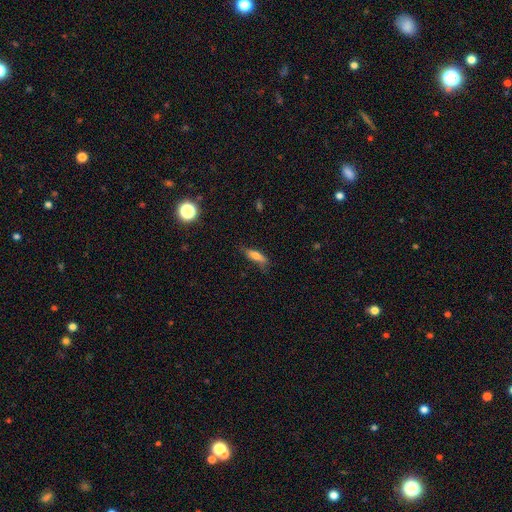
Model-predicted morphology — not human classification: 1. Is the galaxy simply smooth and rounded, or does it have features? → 62% smooth, 29% featured or disk, 8% star or artifact.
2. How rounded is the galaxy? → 61% cigar-shaped, 36% in between, 3% round.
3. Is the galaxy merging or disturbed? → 70% none, 23% minor disturbance, 6% major disturbance, 2% merger.